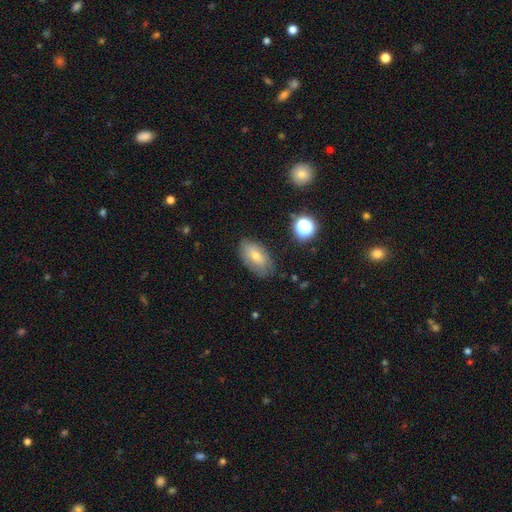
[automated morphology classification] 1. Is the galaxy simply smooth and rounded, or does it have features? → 60% smooth, 29% featured or disk, 12% star or artifact.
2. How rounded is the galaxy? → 90% in between, 7% round, 3% cigar-shaped.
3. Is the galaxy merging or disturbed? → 77% none, 17% minor disturbance, 4% major disturbance, 2% merger.